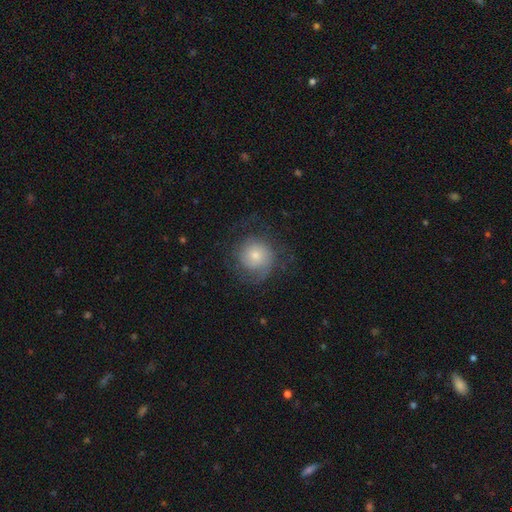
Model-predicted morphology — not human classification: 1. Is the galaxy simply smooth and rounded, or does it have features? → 46% featured or disk (tied), 46% smooth (tied), 8% star or artifact.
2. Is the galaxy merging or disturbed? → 66% none, 17% minor disturbance, 16% major disturbance, 1% merger.